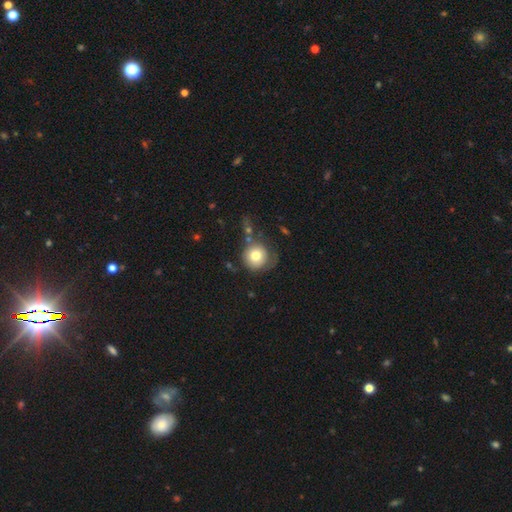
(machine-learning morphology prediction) This is likely a smooth galaxy (76%). How rounded: clearly round (92%). Merging: possibly none (56%).